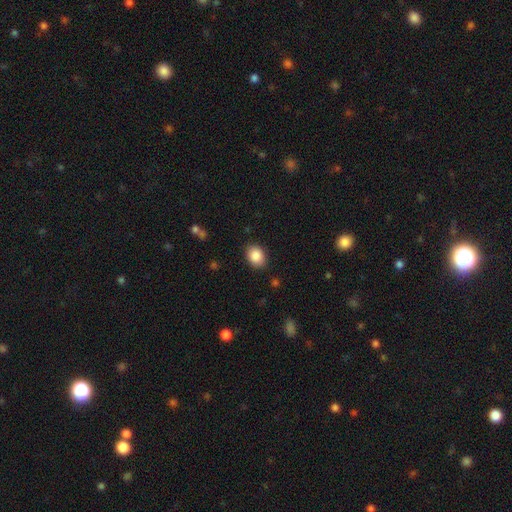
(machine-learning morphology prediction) Smooth or featured? Predicted: smooth (p=0.87). How rounded? Predicted: in between (p=0.68). Merging? Predicted: none (p=0.86).